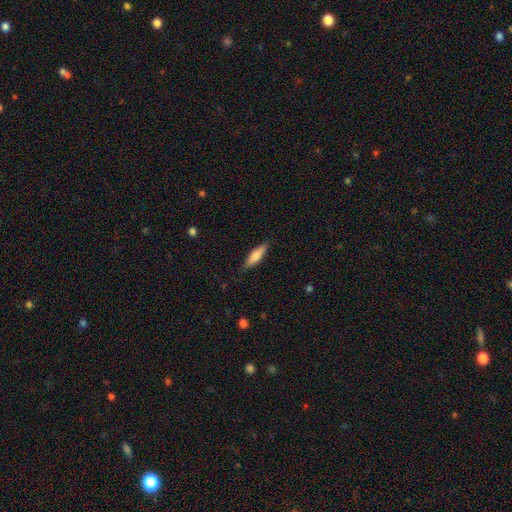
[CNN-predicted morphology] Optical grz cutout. It shows a smooth galaxy with no disk features (72%) that is cigar-shaped (62%). Merging: none (84%).